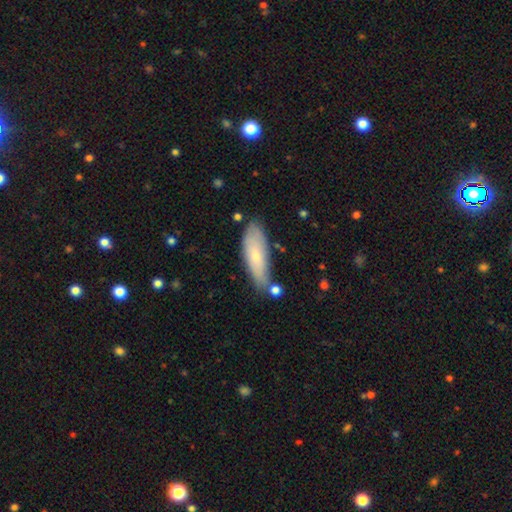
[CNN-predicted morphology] smooth 65%, featured or disk 29%, star or artifact 6%. Down the decision tree: how rounded — in between (61%); merging — none (66%).